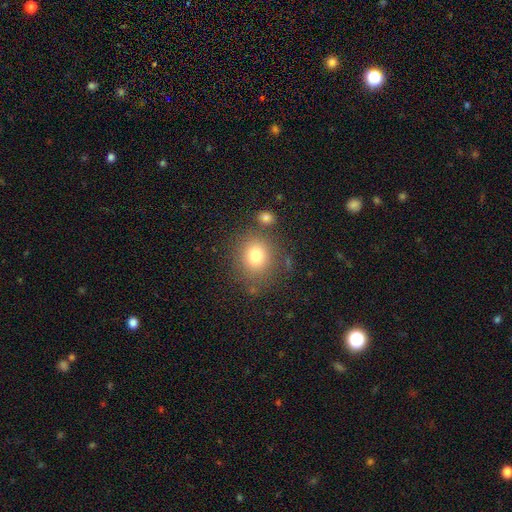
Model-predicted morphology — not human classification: This is likely a smooth galaxy (77%). How rounded: likely round (76%). Merging: likely none (75%).